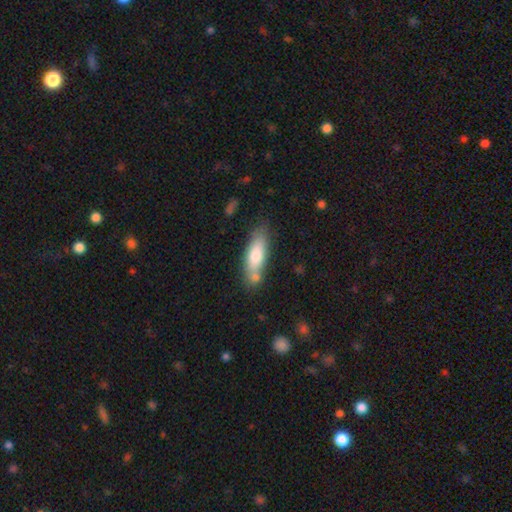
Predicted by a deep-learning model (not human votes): A smooth galaxy with no disk features (72%) that is in between round and cigar-shaped (53%). Merging: none (61%).